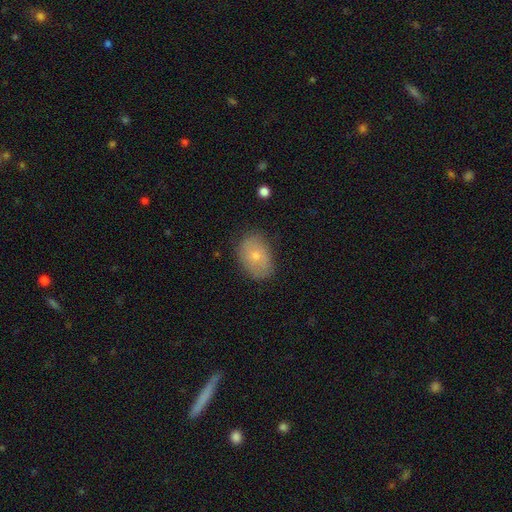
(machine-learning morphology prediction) smooth 67%, featured or disk 25%, star or artifact 8%. Down the decision tree: how rounded — in between (76%); merging — none (75%).